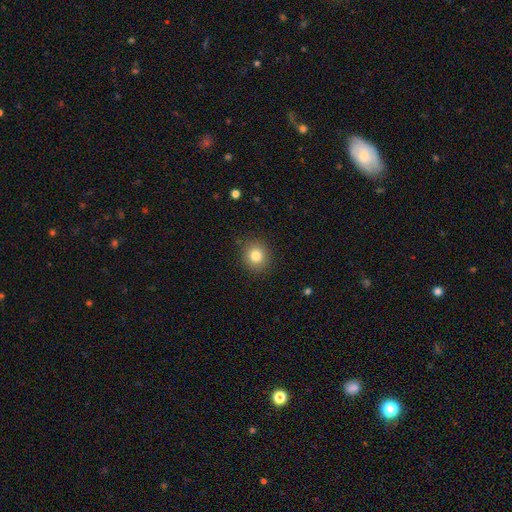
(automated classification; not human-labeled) smooth_or_featured: smooth (p=0.81) [alt: star or artifact p=0.11]
how_rounded: round (p=0.87) [alt: in between p=0.12]
merging: none (p=0.89) [alt: minor disturbance p=0.07]